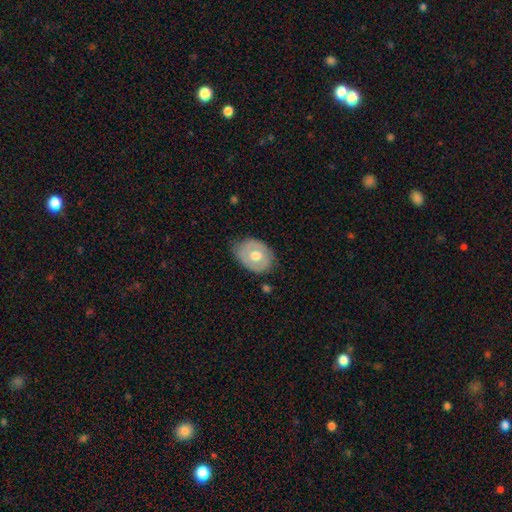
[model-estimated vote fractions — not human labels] Smooth or featured? Predicted: featured or disk (p=0.51). Edge-on disk? Predicted: no (p=0.94). Merging? Predicted: none (p=0.69).